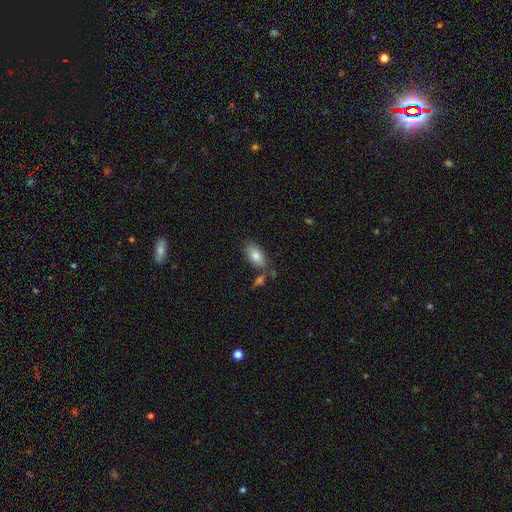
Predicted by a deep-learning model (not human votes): Smooth or featured: smooth — 82% (featured or disk — 11%)
How rounded: in between — 92% (cigar-shaped — 4%)
Merging: none — 68% (minor disturbance — 15%)